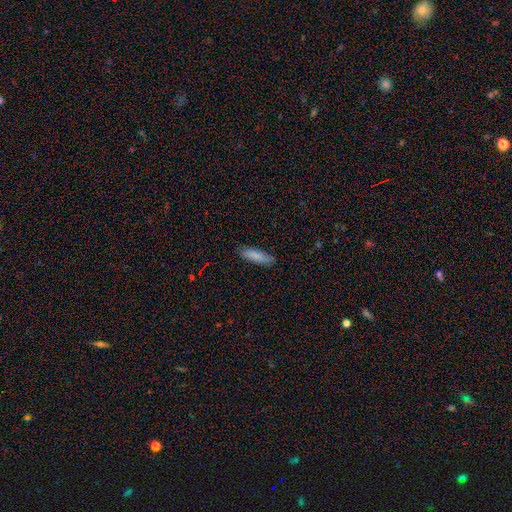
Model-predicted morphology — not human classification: Q: Smooth or featured?
A: smooth (84%); runner-up: featured or disk (10%)
Q: How rounded?
A: cigar-shaped (57%); runner-up: in between (41%)
Q: Merging?
A: none (86%); runner-up: minor disturbance (11%)